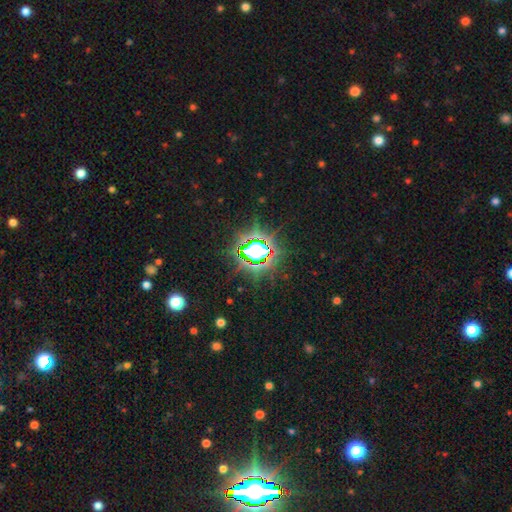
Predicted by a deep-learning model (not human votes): Smooth or featured: star or artifact — 78% (smooth — 13%)